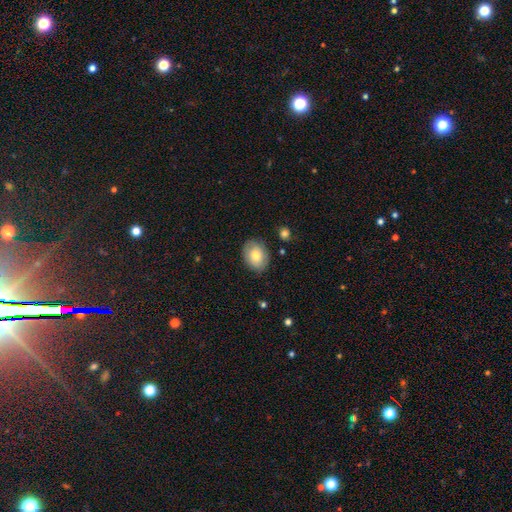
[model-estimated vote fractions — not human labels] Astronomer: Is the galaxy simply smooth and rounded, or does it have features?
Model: smooth — 74%.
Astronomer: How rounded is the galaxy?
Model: in between — 66%.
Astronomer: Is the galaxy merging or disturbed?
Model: none — 82%.